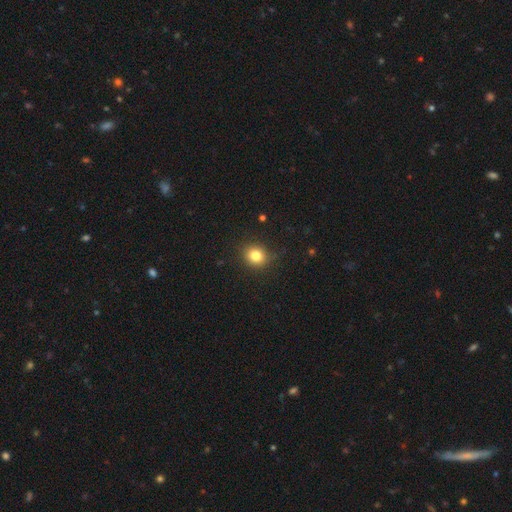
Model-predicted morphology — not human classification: Smooth or featured: smooth — 81% (star or artifact — 12%)
How rounded: round — 81% (in between — 18%)
Merging: none — 85% (minor disturbance — 11%)